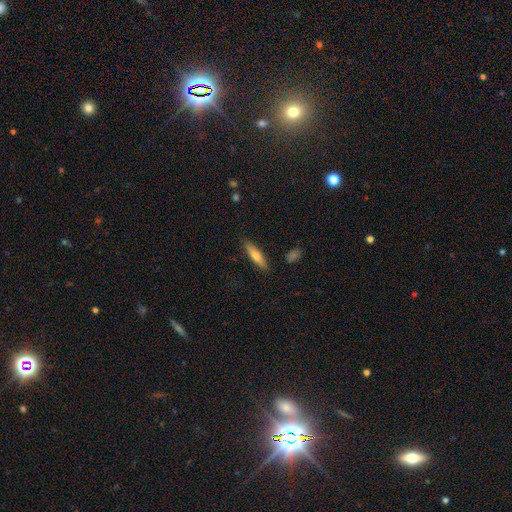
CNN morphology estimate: A smooth galaxy with no disk features (67%) that is cigar-shaped (75%).

Vote fractions:
- Smooth or featured? smooth: 67% / featured or disk: 27% / star or artifact: 6%
- How rounded? cigar-shaped: 75% / in between: 23% / round: 2%
- Merging? none: 87% / minor disturbance: 10% / major disturbance: 2% / merger: 2%